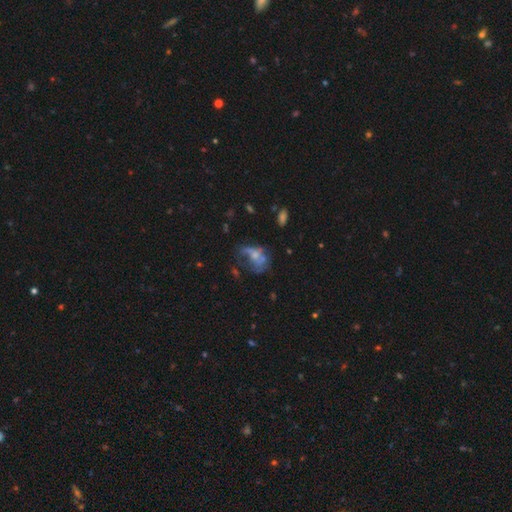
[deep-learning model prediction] Smooth or featured? featured or disk (51%)
Edge-on disk? no (97%)
Merging? major disturbance (42%)